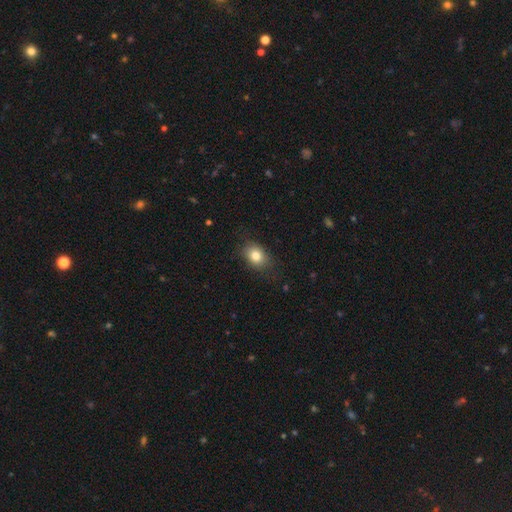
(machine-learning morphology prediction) A smooth galaxy with no disk features (81%) that is in between round and cigar-shaped (66%).

Vote fractions:
- Smooth or featured? smooth: 81% / star or artifact: 10% / featured or disk: 9%
- How rounded? in between: 66% / round: 33% / cigar-shaped: 1%
- Merging? none: 77% / minor disturbance: 17% / major disturbance: 5% / merger: 1%